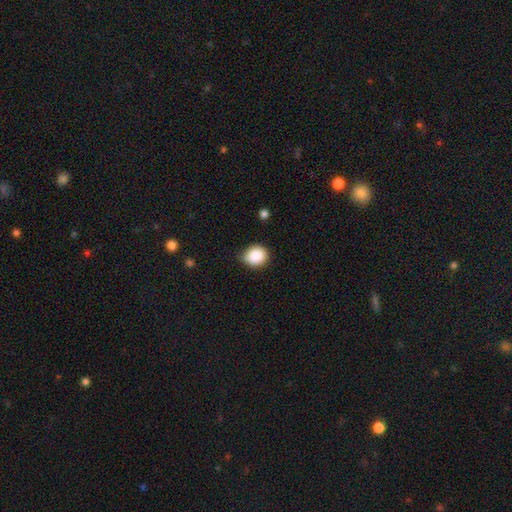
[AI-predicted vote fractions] Smooth or featured? smooth (88%)
How rounded? round (72%)
Merging? none (69%)